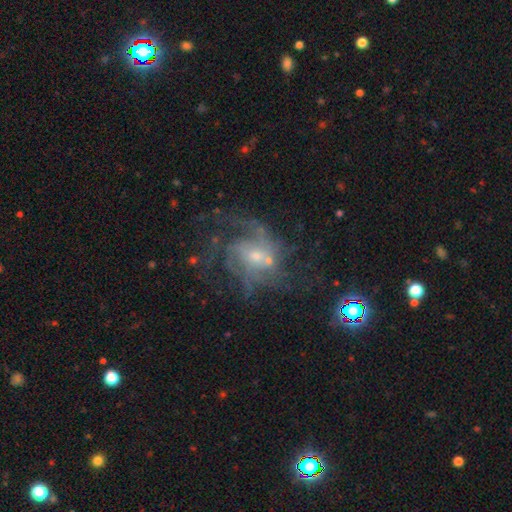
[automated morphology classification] Smooth or featured?
  - featured or disk: 80% *
  - star or artifact: 10%
  - smooth: 10%
Edge-on disk?
  - no: 98% *
  - yes: 2%
Bar?
  - no: 61% *
  - weak: 33%
  - strong: 6%
Spiral arms?
  - yes: 87% *
  - no: 13%
Spiral winding?
  - medium: 45% *
  - tight: 29%
  - loose: 26%
Spiral arm count?
  - can't tell: 34% *
  - 3: 23%
  - 2: 16%
  - 4: 13%
  - 1: 7%
  - more than 4: 7%
Bulge size?
  - small: 52% *
  - moderate: 39%
  - none: 5%
  - large: 3%
  - dominant: 1%
Merging?
  - none: 48% *
  - major disturbance: 28%
  - minor disturbance: 17%
  - merger: 7%